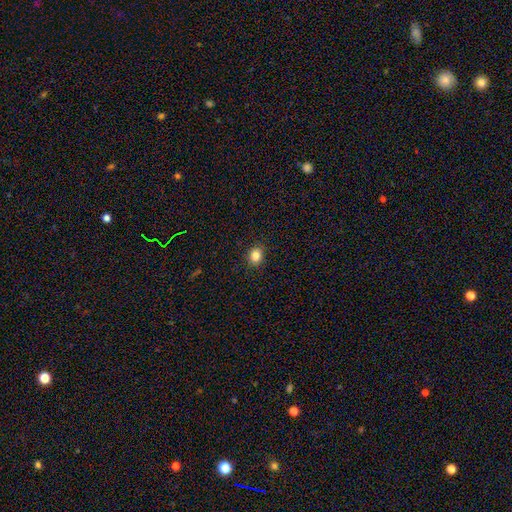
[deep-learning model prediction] This is clearly a smooth galaxy (84%). How rounded: likely round (64%). Merging: clearly none (89%).